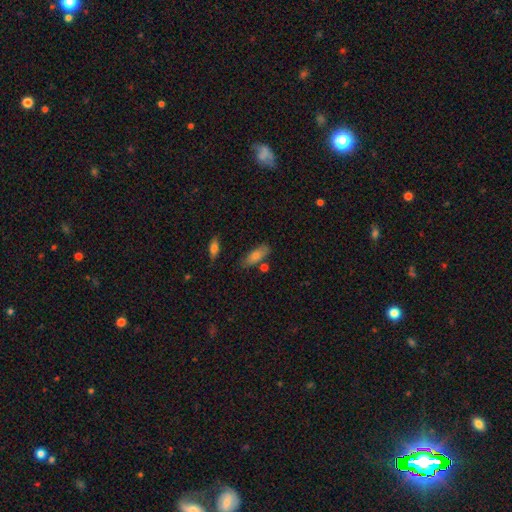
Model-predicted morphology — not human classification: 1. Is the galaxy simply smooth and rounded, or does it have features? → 70% smooth, 21% featured or disk, 9% star or artifact.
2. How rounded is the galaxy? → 70% in between, 28% cigar-shaped, 3% round.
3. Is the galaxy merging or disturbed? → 74% none, 16% minor disturbance, 7% merger, 4% major disturbance.